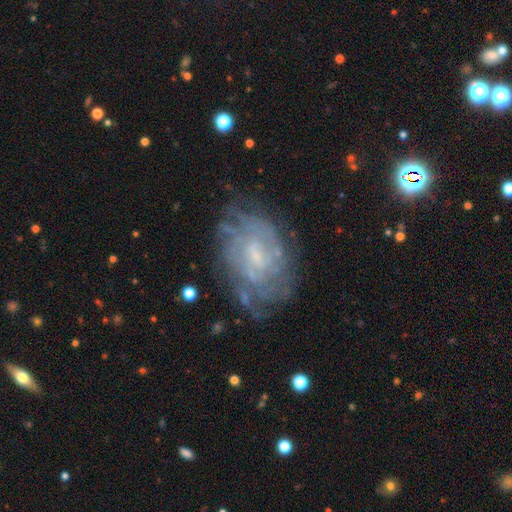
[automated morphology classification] Smooth or featured? featured or disk (77%)
Edge-on disk? no (97%)
Bar? weak (47%)
Spiral arms? yes (84%)
Spiral winding? tight (63%)
Spiral arm count? can't tell (60%)
Bulge size? small (64%)
Merging? none (68%)